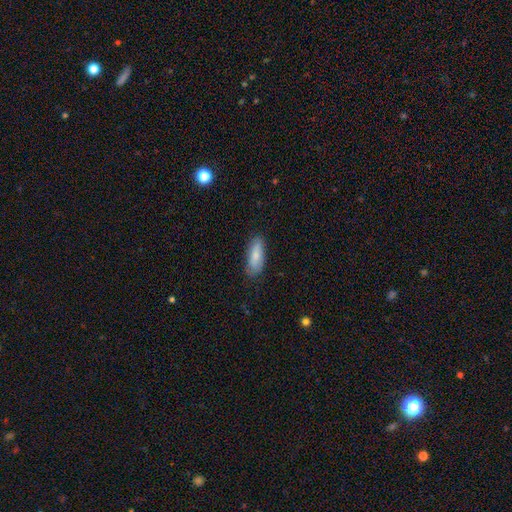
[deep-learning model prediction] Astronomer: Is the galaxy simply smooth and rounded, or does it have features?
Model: smooth — 81%.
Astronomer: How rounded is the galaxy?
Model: in between — 70%.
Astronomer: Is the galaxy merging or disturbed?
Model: none — 80%.